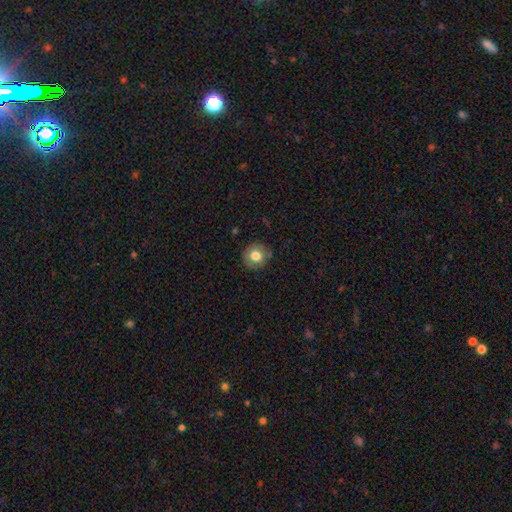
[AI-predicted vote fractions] Smooth or featured? Predicted: smooth (p=0.77). How rounded? Predicted: round (p=0.90). Merging? Predicted: none (p=0.85).